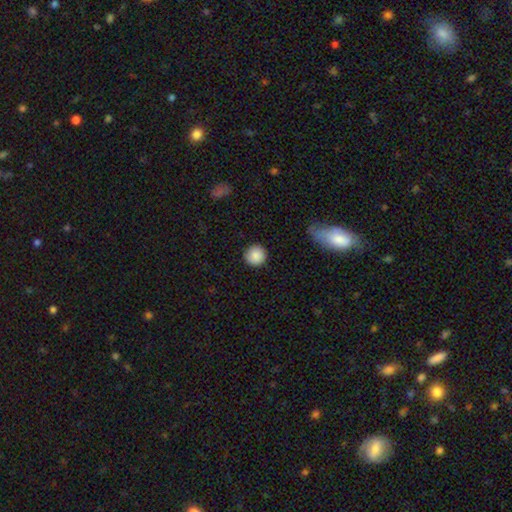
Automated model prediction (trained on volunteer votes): This is clearly a smooth galaxy (88%). How rounded: clearly round (95%). Merging: clearly none (91%).